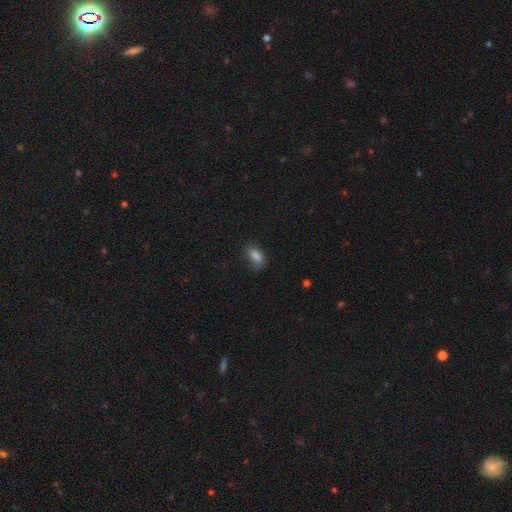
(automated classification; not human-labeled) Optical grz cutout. It shows a smooth galaxy with no disk features (83%) that is in between round and cigar-shaped (88%). Merging: none (63%).